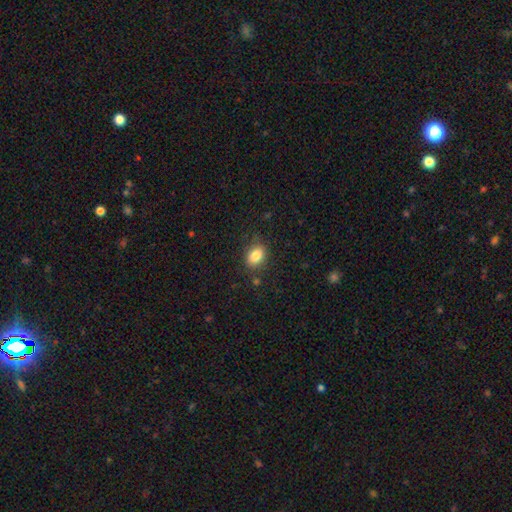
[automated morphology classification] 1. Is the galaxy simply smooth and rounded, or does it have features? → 84% smooth, 10% star or artifact, 7% featured or disk.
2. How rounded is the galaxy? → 68% in between, 31% round, 1% cigar-shaped.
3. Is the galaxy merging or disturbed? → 81% none, 13% minor disturbance, 4% major disturbance, 2% merger.